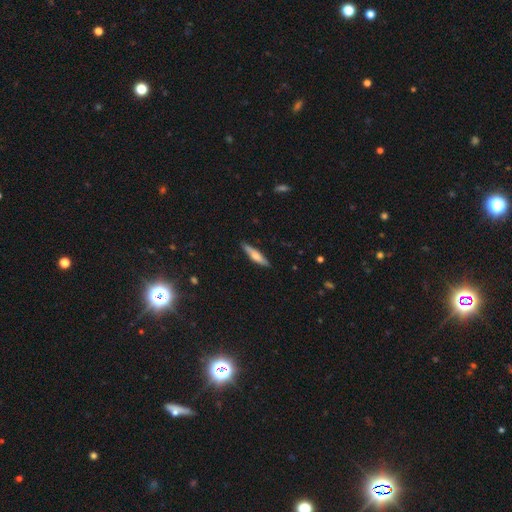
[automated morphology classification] Q: Smooth or featured?
A: smooth (53%); runner-up: featured or disk (41%)
Q: How rounded?
A: cigar-shaped (83%); runner-up: in between (15%)
Q: Merging?
A: none (88%); runner-up: minor disturbance (9%)